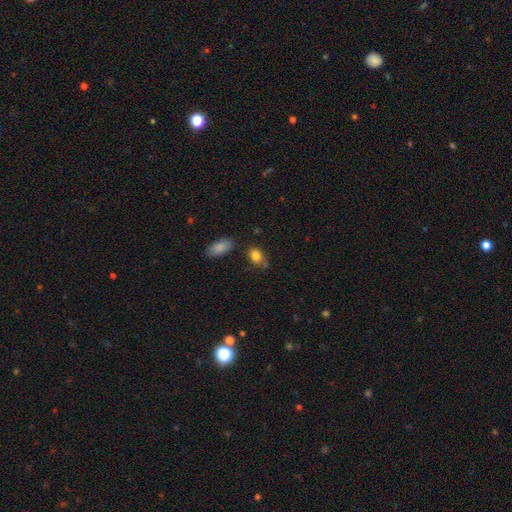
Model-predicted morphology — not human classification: smooth 84%, star or artifact 9%, featured or disk 8%. Down the decision tree: how rounded — in between (77%); merging — none (61%).